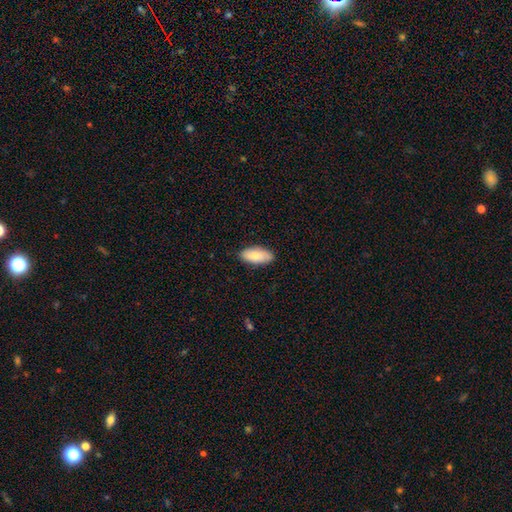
smooth_or_featured: smooth (p=0.87) [alt: featured or disk p=0.10]
how_rounded: in between (p=0.91) [alt: cigar-shaped p=0.06]
merging: none (p=0.87) [alt: minor disturbance p=0.13]